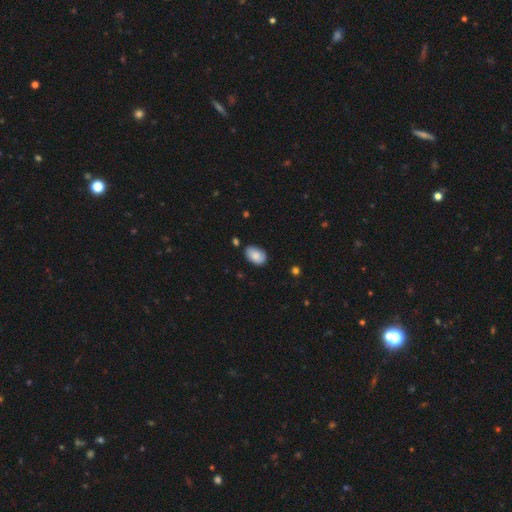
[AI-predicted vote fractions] smooth 85%, featured or disk 8%, star or artifact 7%. Down the decision tree: how rounded — in between (90%); merging — none (80%).